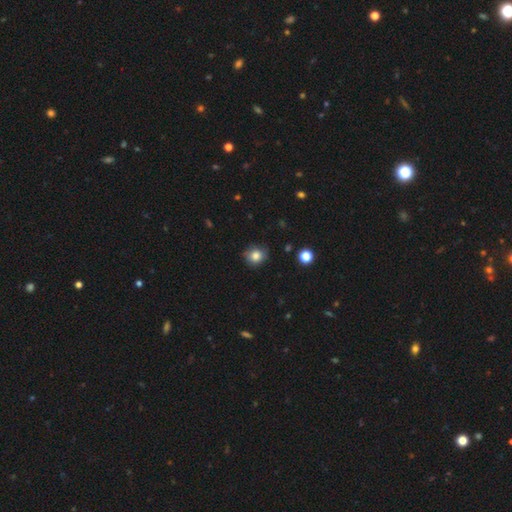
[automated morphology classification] This appears to be a smooth galaxy with no disk features (82%) that is round (76%). Merging: none (77%).